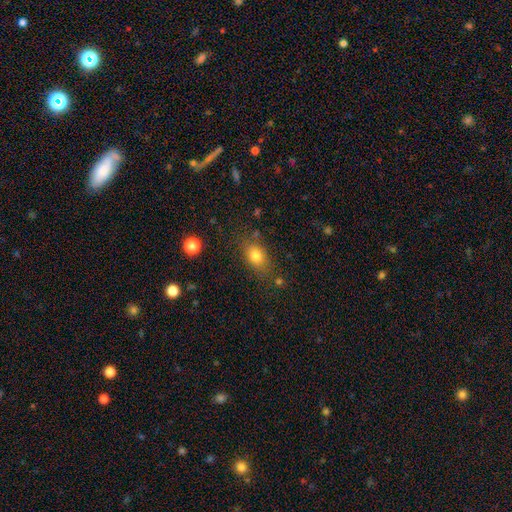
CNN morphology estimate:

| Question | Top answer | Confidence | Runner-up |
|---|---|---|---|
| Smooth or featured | smooth | 80% | star or artifact (11%) |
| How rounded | in between | 72% | round (25%) |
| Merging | none | 74% | minor disturbance (16%) |